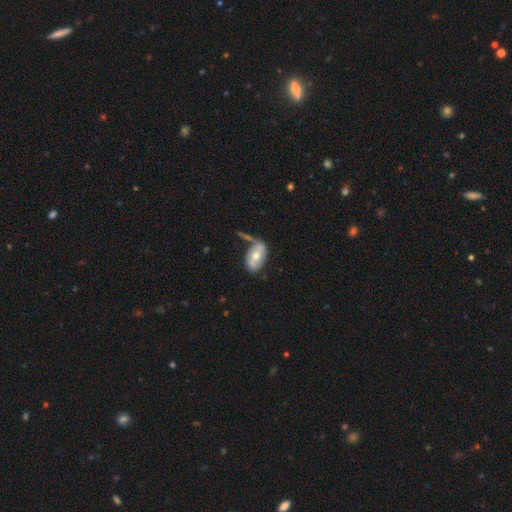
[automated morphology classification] smooth-or-featured: featured or disk: 50% | smooth: 44% | star or artifact: 6%
  merging: none: 49% | minor disturbance: 24% | merger: 15% | major disturbance: 12%